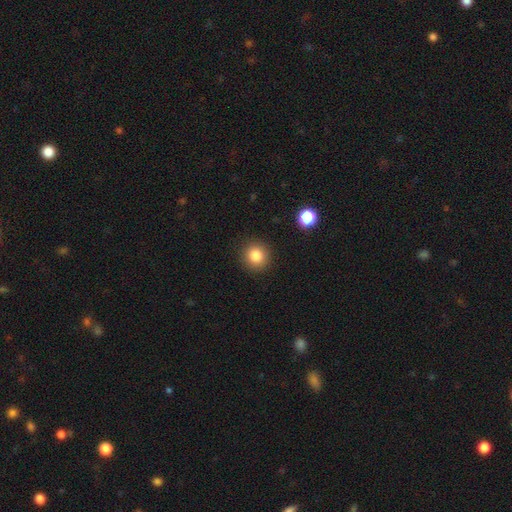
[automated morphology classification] type=smooth (84%); roundness=round (91%); merging=none (90%).